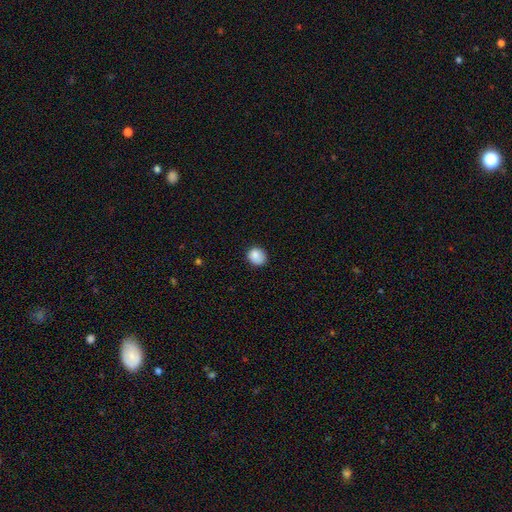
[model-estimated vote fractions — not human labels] Smooth or featured? smooth (87%)
How rounded? round (81%)
Merging? none (81%)